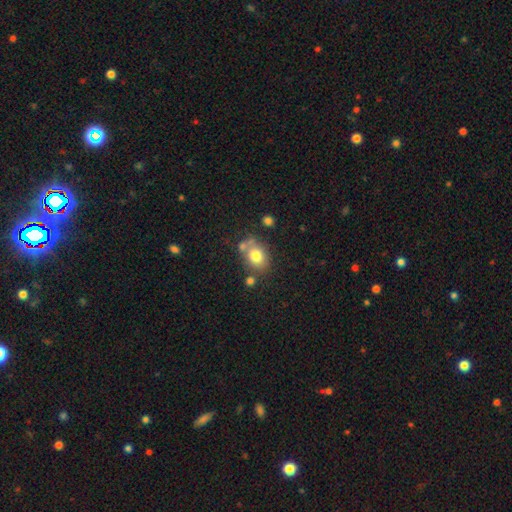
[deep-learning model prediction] smooth-or-featured: smooth: 76% | featured or disk: 14% | star or artifact: 10%
  how-rounded: in between: 56% | round: 43% | cigar-shaped: 1%
  merging: none: 59% | merger: 19% | minor disturbance: 16% | major disturbance: 6%